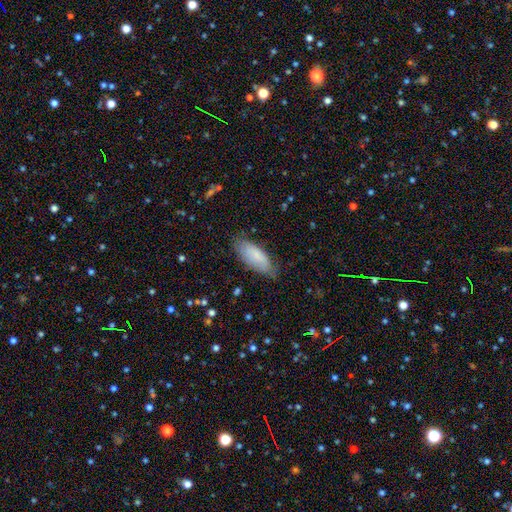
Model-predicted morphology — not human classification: smooth 81%, featured or disk 12%, star or artifact 6%. Down the decision tree: how rounded — in between (78%); merging — none (74%).